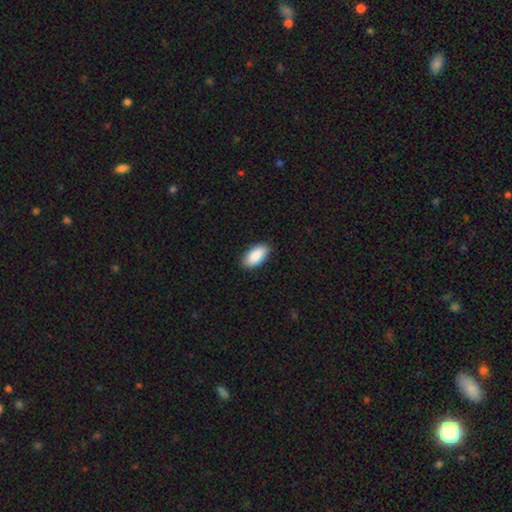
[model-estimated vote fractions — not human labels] Overall: smooth (89%). How rounded: in between (93%). Merging: none (88%).